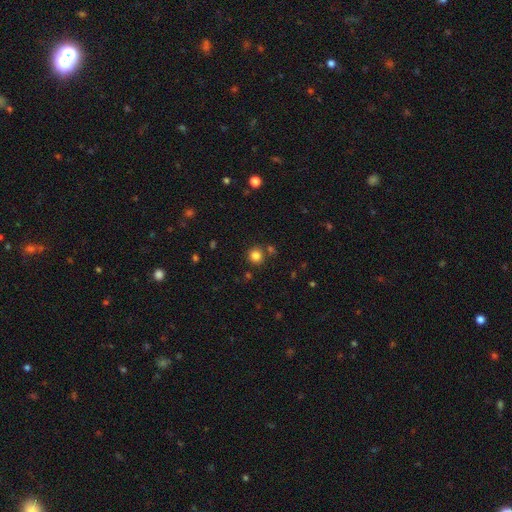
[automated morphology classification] A smooth galaxy with no disk features (82%) that is round (93%).

Vote fractions:
- Smooth or featured? smooth: 82% / star or artifact: 13% / featured or disk: 5%
- How rounded? round: 93% / in between: 6% / cigar-shaped: 1%
- Merging? none: 82% / merger: 8% / minor disturbance: 8% / major disturbance: 3%